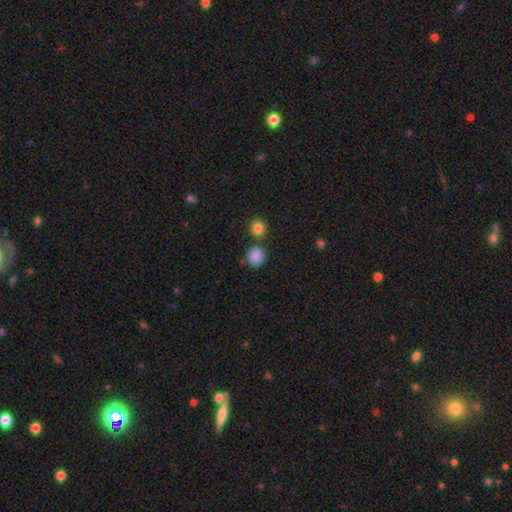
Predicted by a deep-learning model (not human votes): Smooth or featured?
  - smooth: 86% *
  - star or artifact: 10%
  - featured or disk: 4%
How rounded?
  - round: 86% *
  - in between: 13%
  - cigar-shaped: 1%
Merging?
  - none: 76% *
  - minor disturbance: 11%
  - merger: 10%
  - major disturbance: 3%